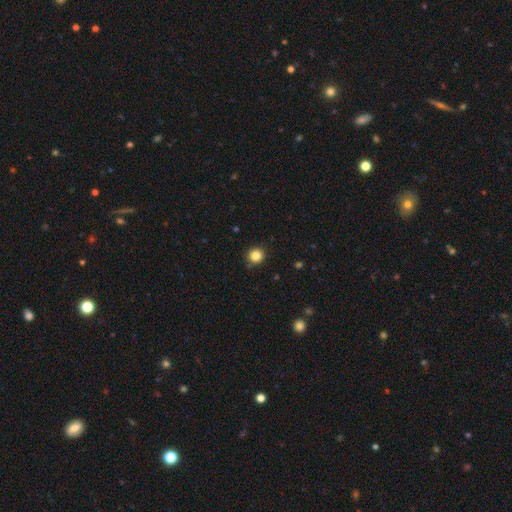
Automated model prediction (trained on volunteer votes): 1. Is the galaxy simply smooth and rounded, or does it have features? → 84% smooth, 12% star or artifact, 4% featured or disk.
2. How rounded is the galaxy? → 93% round, 6% in between, 1% cigar-shaped.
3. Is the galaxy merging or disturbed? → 89% none, 8% minor disturbance, 2% major disturbance, 2% merger.